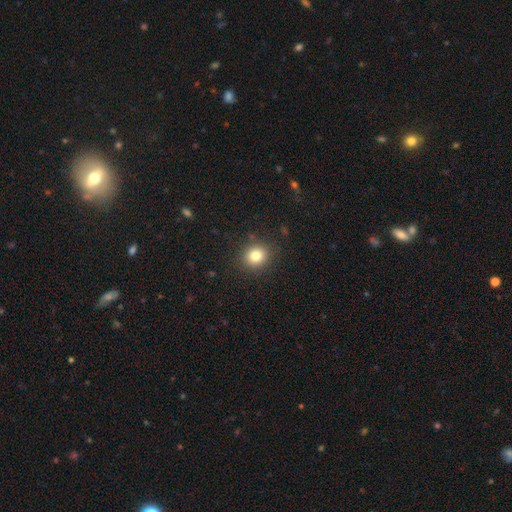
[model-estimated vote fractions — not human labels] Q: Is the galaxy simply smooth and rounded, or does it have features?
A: smooth — 82%.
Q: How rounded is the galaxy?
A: round — 79%.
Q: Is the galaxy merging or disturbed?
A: none — 89%.